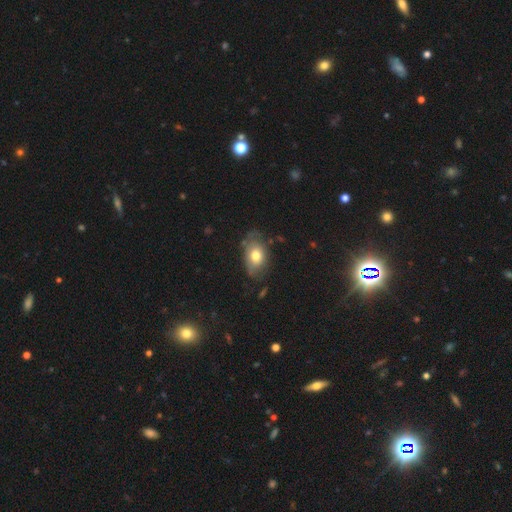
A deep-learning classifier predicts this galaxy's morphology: smooth-or-featured: smooth: 67% | featured or disk: 25% | star or artifact: 8%
  how-rounded: in between: 81% | round: 18% | cigar-shaped: 1%
  merging: none: 58% | minor disturbance: 29% | major disturbance: 11% | merger: 3%